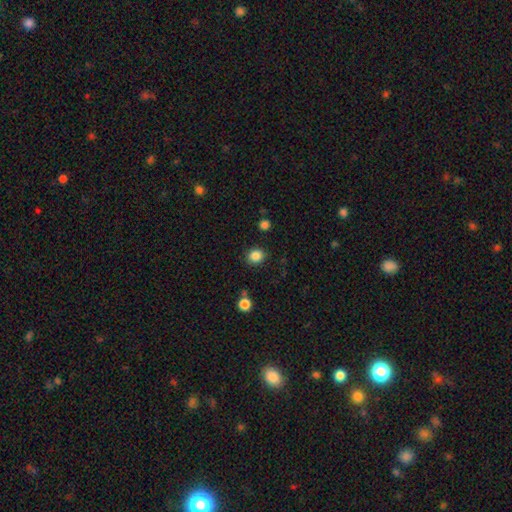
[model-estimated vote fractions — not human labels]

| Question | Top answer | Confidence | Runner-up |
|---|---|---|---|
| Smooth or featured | smooth | 86% | star or artifact (11%) |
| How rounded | round | 76% | in between (23%) |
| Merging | none | 88% | minor disturbance (7%) |